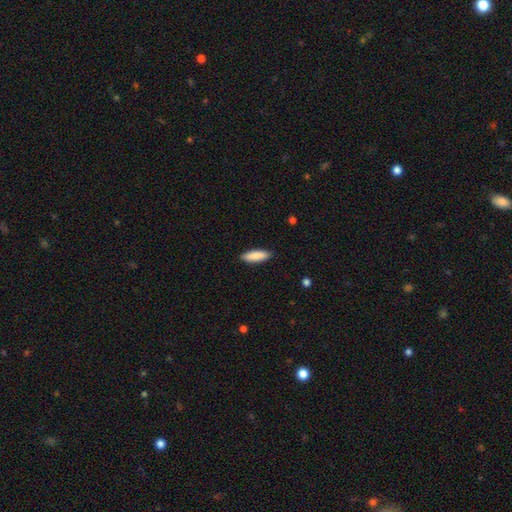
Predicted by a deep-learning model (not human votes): Smooth or featured? smooth (88%)
How rounded? in between (52%)
Merging? none (89%)